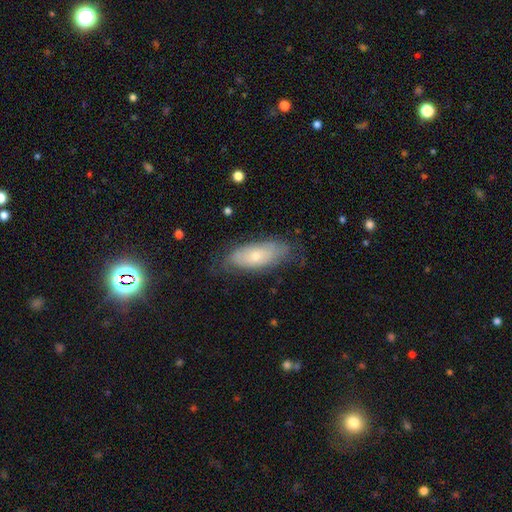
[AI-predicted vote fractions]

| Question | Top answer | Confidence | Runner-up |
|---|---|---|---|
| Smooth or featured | smooth | 51% | featured or disk (42%) |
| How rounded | in between | 80% | cigar-shaped (17%) |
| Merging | none | 67% | minor disturbance (24%) |